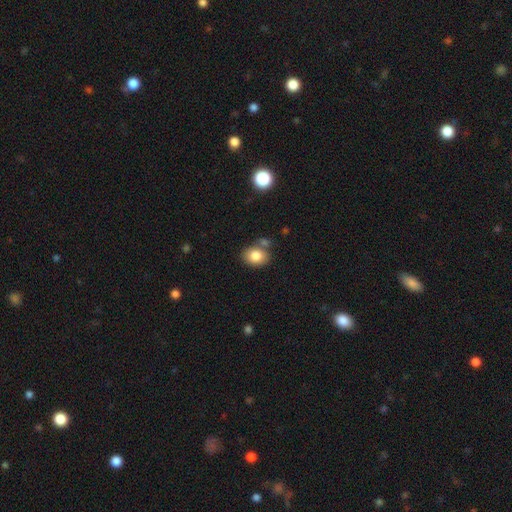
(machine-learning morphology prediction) A smooth galaxy with no disk features (82%) that is in between round and cigar-shaped (58%).

Vote fractions:
- Smooth or featured? smooth: 82% / star or artifact: 9% / featured or disk: 9%
- How rounded? in between: 58% / round: 41% / cigar-shaped: 1%
- Merging? none: 66% / merger: 16% / minor disturbance: 14% / major disturbance: 4%